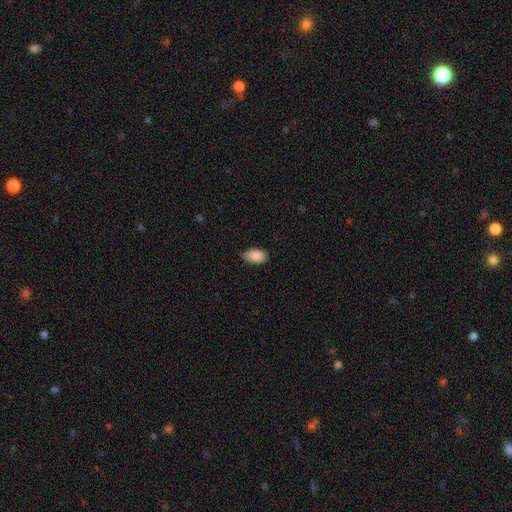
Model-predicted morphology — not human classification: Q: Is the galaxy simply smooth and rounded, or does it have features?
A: smooth — 89%.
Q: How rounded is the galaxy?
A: in between — 93%.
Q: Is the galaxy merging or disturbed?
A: none — 78%.